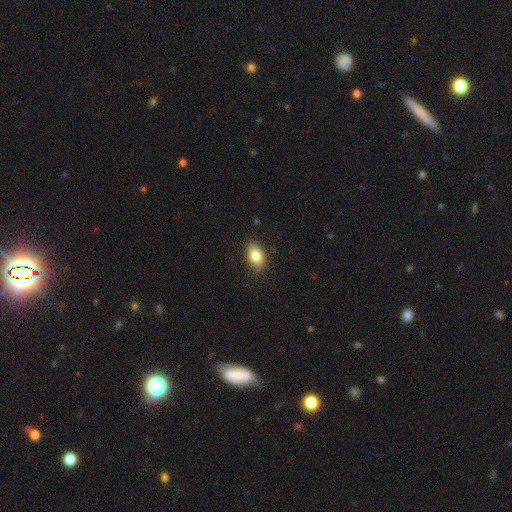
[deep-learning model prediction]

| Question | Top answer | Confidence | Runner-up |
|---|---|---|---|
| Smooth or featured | smooth | 82% | featured or disk (10%) |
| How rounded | in between | 85% | round (12%) |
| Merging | none | 82% | minor disturbance (14%) |